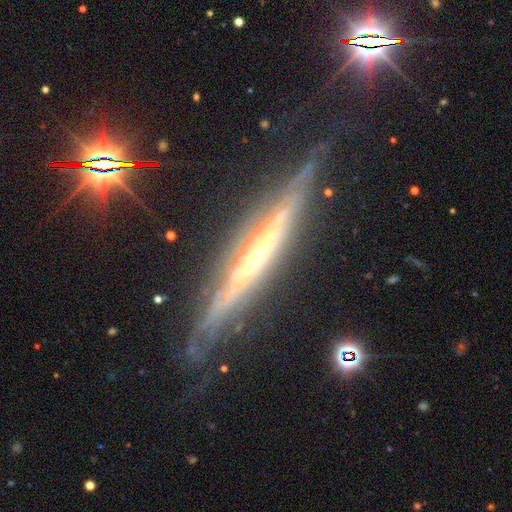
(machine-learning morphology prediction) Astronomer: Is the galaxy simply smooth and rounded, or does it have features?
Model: featured or disk — 80%.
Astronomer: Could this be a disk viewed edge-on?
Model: yes — 87%.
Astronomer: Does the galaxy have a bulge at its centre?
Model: none — 56% (runner-up: rounded, 31%).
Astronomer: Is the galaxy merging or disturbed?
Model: none — 76%.